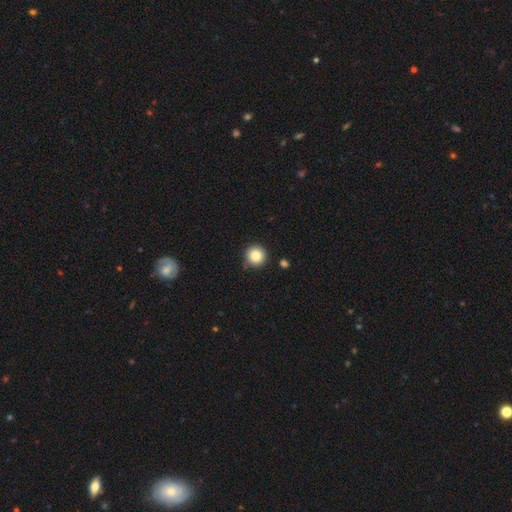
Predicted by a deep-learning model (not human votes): A smooth galaxy with no disk features (86%) that is round (95%).

Vote fractions:
- Smooth or featured? smooth: 86% / star or artifact: 10% / featured or disk: 5%
- How rounded? round: 95% / in between: 4% / cigar-shaped: 1%
- Merging? none: 83% / minor disturbance: 11% / merger: 3% / major disturbance: 3%